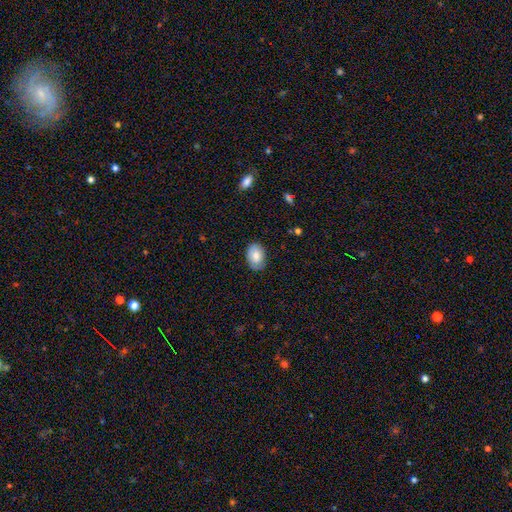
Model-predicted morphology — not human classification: Q: Smooth or featured?
A: smooth (80%); runner-up: featured or disk (13%)
Q: How rounded?
A: in between (86%); runner-up: round (13%)
Q: Merging?
A: none (81%); runner-up: minor disturbance (15%)